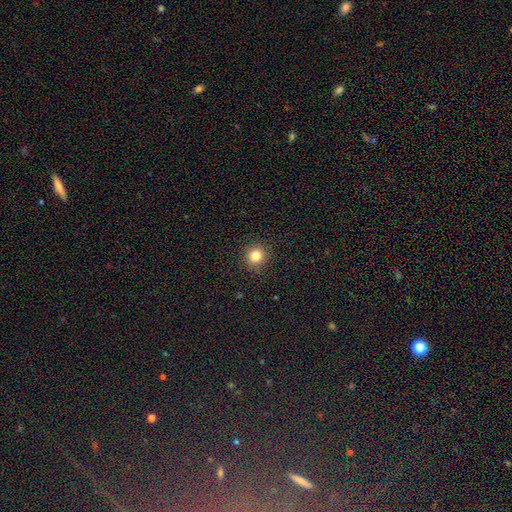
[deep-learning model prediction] Smooth or featured?
  - smooth: 82% *
  - star or artifact: 13%
  - featured or disk: 5%
How rounded?
  - round: 93% *
  - in between: 6%
  - cigar-shaped: 1%
Merging?
  - none: 92% *
  - minor disturbance: 5%
  - major disturbance: 2%
  - merger: 1%